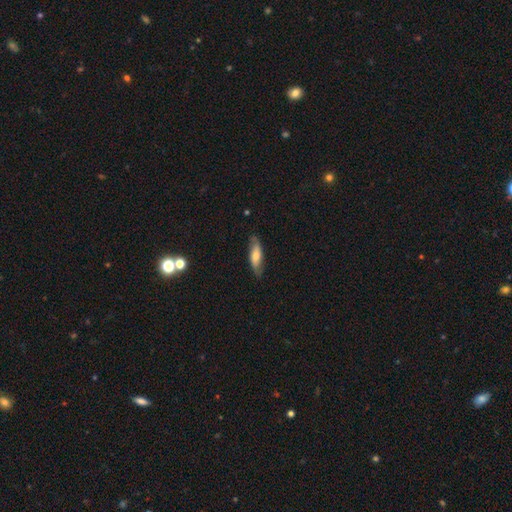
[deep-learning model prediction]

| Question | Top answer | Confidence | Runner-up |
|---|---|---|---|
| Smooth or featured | smooth | 59% | featured or disk (34%) |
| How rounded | cigar-shaped | 49% | tied: in between (49%) |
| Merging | none | 77% | minor disturbance (18%) |